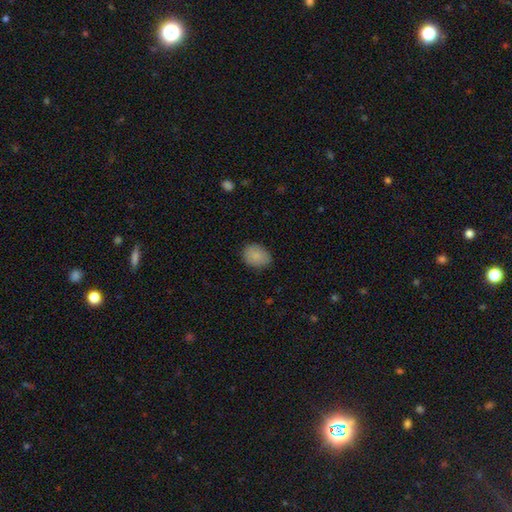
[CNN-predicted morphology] Overall: smooth (86%). How rounded: in between (59%; round 40%). Merging: none (80%).